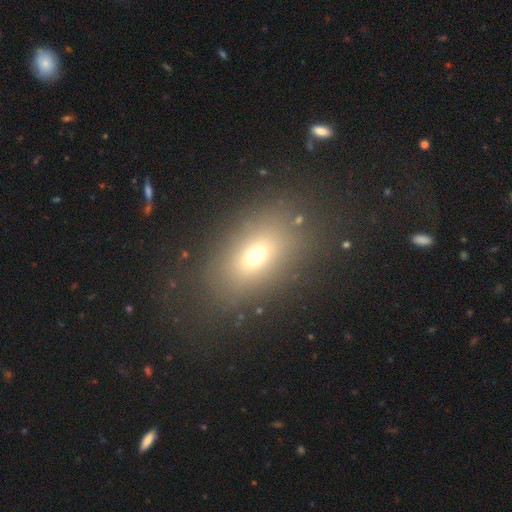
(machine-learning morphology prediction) A smooth galaxy with no disk features (64%) that is in between round and cigar-shaped (76%). Merging: none (79%).